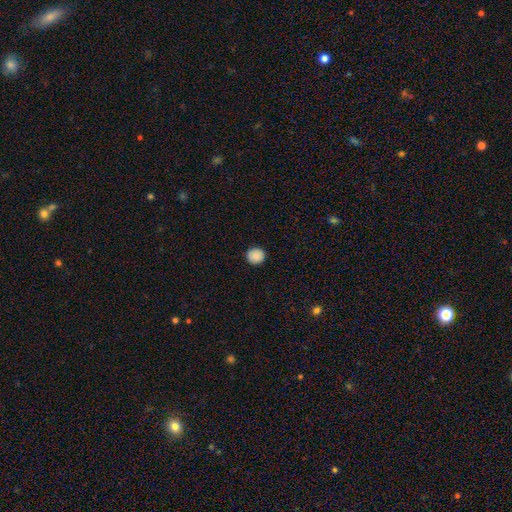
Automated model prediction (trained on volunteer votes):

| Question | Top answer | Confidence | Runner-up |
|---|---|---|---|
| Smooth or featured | smooth | 89% | star or artifact (9%) |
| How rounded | round | 92% | in between (7%) |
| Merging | none | 92% | minor disturbance (5%) |